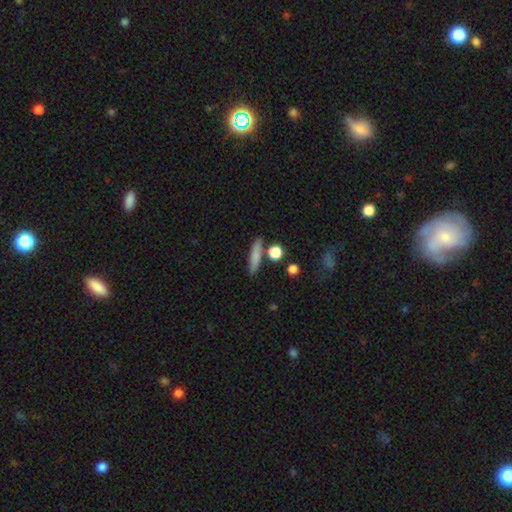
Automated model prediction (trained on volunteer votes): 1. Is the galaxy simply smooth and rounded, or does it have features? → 78% smooth, 14% featured or disk, 8% star or artifact.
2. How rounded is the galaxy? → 72% cigar-shaped, 21% in between, 7% round.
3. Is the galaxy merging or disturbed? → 78% none, 11% minor disturbance, 8% merger, 3% major disturbance.